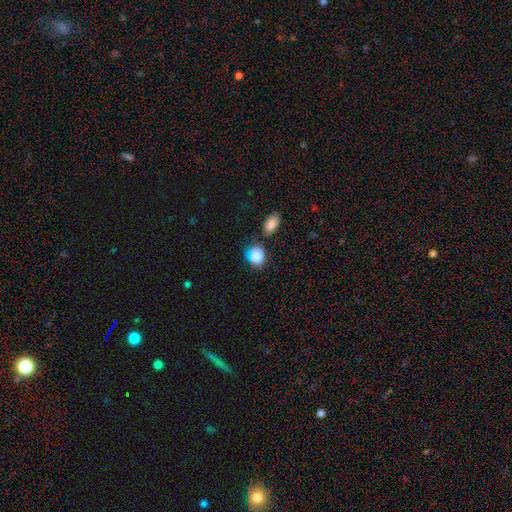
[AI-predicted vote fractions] smooth 84%, star or artifact 11%, featured or disk 5%. Down the decision tree: how rounded — round (57%); merging — none (65%).